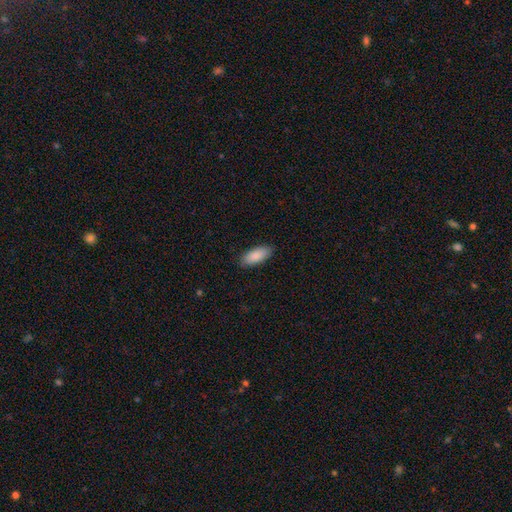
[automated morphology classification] Overall: smooth (89%). How rounded: in between (82%). Merging: none (88%).